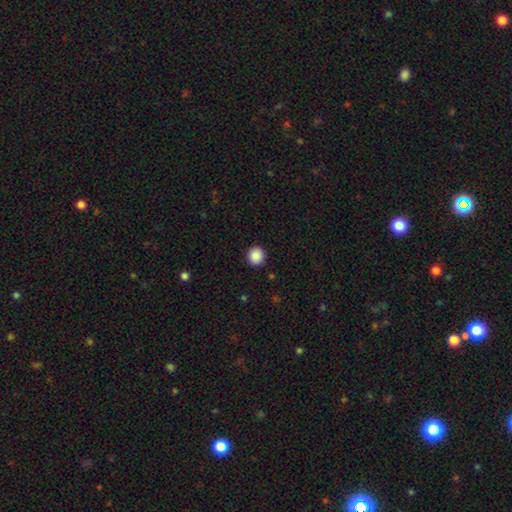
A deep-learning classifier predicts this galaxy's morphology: This appears to be a smooth galaxy with no disk features (88%) that is round (91%). Merging: none (92%).